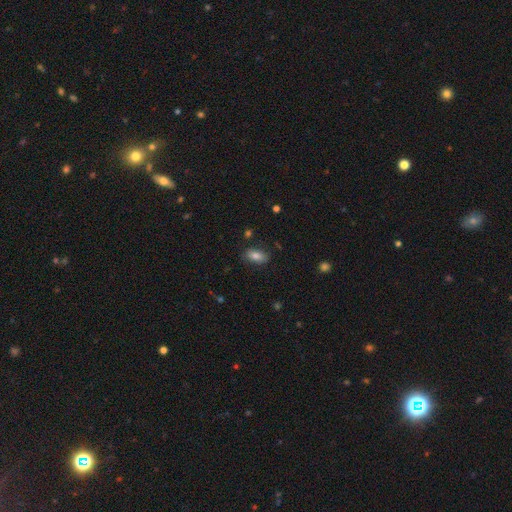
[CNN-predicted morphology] type=smooth (80%); roundness=in between (88%); merging=none (80%).